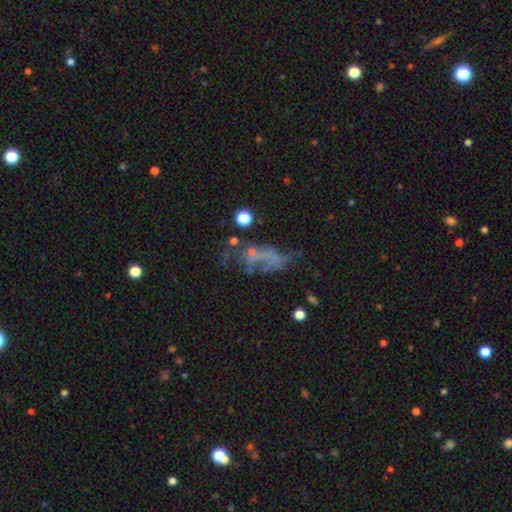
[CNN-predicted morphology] A featured or disk galaxy (49%). Merging: major disturbance (40%).